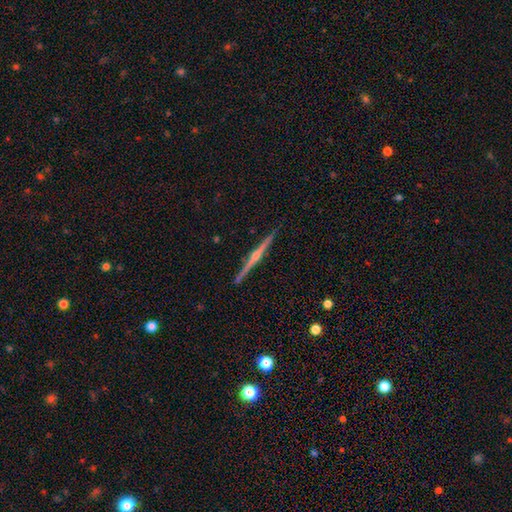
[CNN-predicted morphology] Smooth or featured? featured or disk (80%)
Edge-on disk? yes (98%)
Edge-on bulge? rounded (81%)
Merging? none (91%)